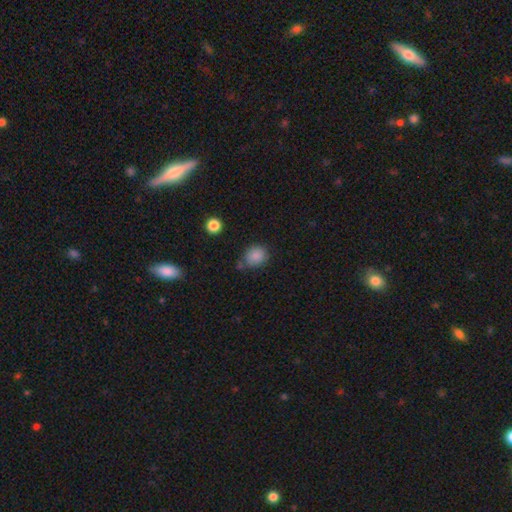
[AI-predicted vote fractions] Overall: smooth (85%). How rounded: round (63%; in between 36%). Merging: none (66%).